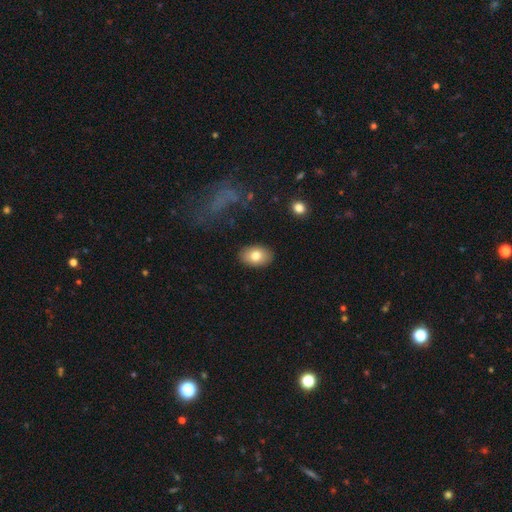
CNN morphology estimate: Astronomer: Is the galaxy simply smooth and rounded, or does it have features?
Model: smooth — 79%.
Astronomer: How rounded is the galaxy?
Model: in between — 85%.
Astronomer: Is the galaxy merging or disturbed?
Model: none — 88%.